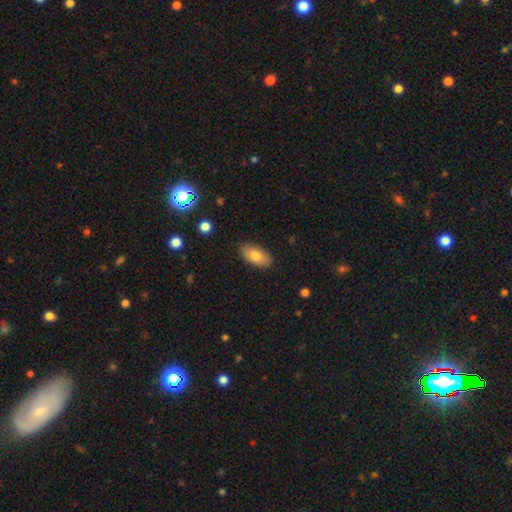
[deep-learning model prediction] Morphology: type=smooth (79%); roundness=in between (93%); merging=none (86%).